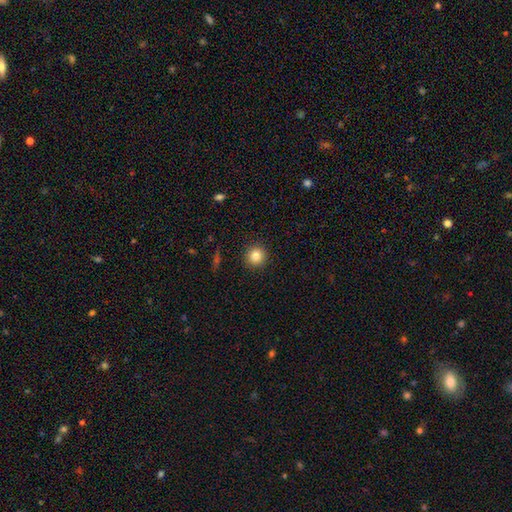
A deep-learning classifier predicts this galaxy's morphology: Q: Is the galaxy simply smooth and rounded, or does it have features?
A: smooth — 84%.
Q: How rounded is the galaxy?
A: round — 93%.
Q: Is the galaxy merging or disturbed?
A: none — 91%.